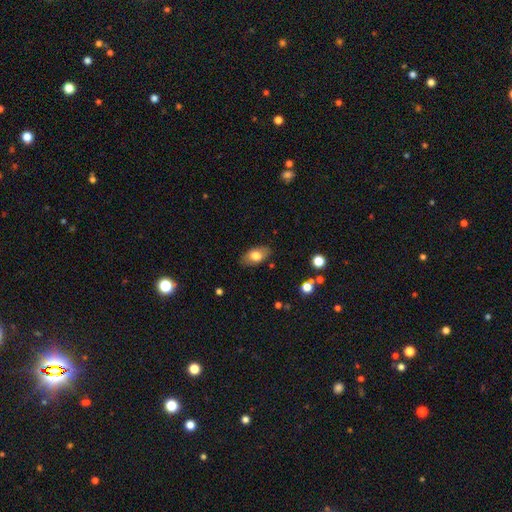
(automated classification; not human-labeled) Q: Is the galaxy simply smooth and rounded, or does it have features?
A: smooth — 74%.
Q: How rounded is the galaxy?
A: in between — 91%.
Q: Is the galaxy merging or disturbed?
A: none — 84%.